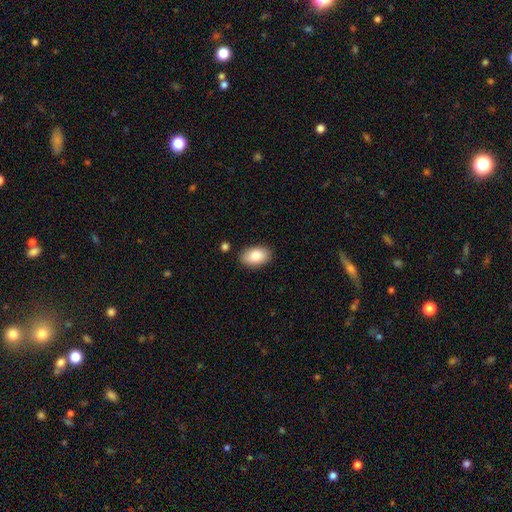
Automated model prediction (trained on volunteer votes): smooth-or-featured: smooth: 85% | featured or disk: 8% | star or artifact: 7%
  how-rounded: in between: 93% | round: 6% | cigar-shaped: 1%
  merging: none: 85% | minor disturbance: 10% | major disturbance: 2% | merger: 2%